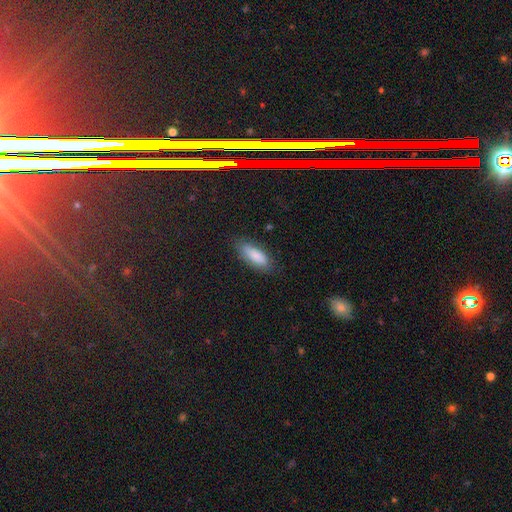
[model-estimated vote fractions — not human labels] The model was most divided on "how rounded": in between: 70%, cigar-shaped: 28%, round: 2%. More confident: smooth or featured — smooth (85%); merging — none (80%).